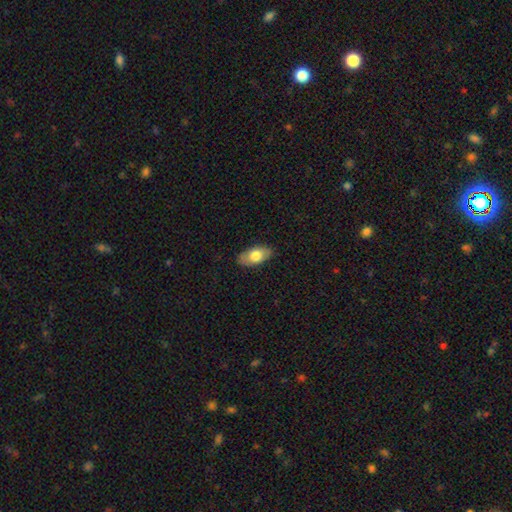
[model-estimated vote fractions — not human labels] Smooth or featured? smooth (73%)
How rounded? in between (93%)
Merging? none (86%)